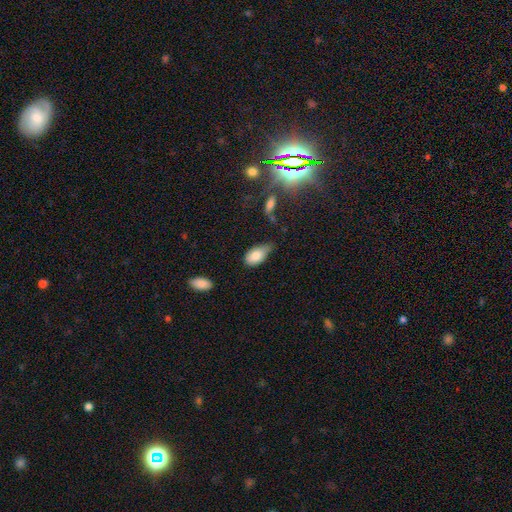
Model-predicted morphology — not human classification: A smooth galaxy with no disk features (80%) that is in between round and cigar-shaped (91%).

Vote fractions:
- Smooth or featured? smooth: 80% / featured or disk: 12% / star or artifact: 8%
- How rounded? in between: 91% / round: 6% / cigar-shaped: 3%
- Merging? minor disturbance: 49% / none: 32% / major disturbance: 15% / merger: 4%